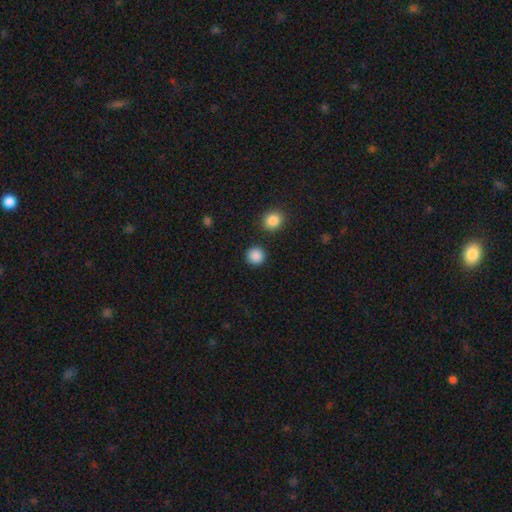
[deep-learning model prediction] Q: Smooth or featured?
A: smooth (88%); runner-up: star or artifact (10%)
Q: How rounded?
A: round (93%); runner-up: in between (6%)
Q: Merging?
A: none (89%); runner-up: minor disturbance (6%)